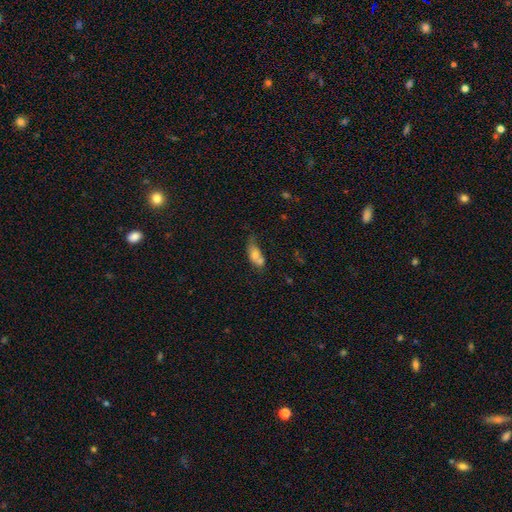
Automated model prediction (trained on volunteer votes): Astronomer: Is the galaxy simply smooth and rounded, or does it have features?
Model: smooth — 66%.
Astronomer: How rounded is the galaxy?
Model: in between — 78%.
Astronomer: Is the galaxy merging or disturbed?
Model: merger — 42% (runner-up: none, 29%).